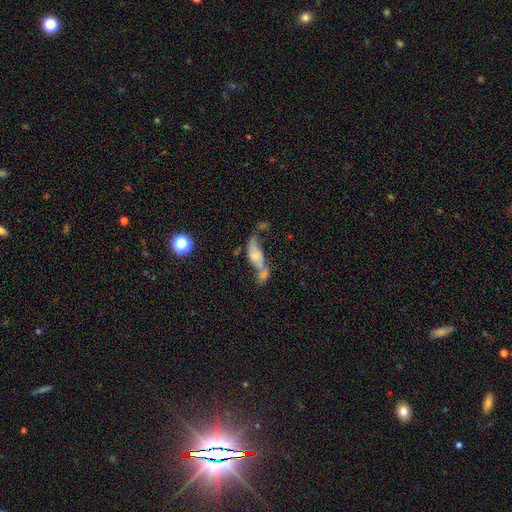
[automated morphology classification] This appears to be a featured or disk galaxy (53%). Merging: merger (48%).